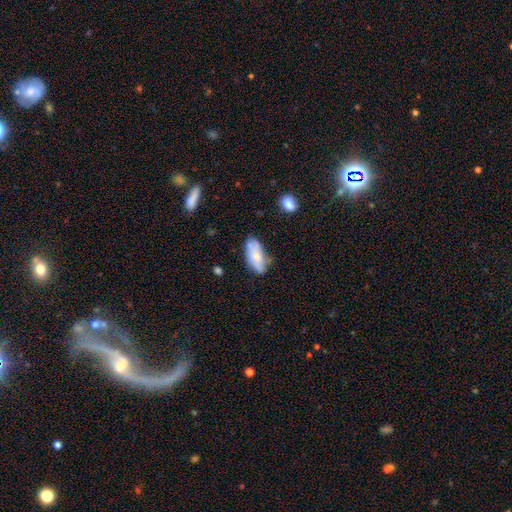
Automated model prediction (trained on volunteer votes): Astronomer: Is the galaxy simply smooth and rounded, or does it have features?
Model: smooth — 63%.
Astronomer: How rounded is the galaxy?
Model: in between — 88%.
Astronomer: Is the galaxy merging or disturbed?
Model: none — 57%.